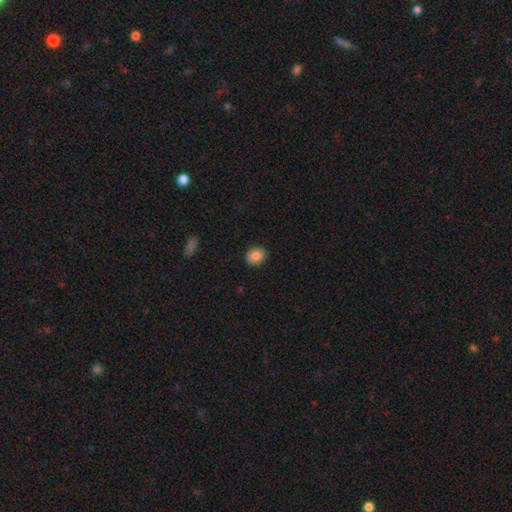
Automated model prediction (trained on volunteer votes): This is clearly a smooth galaxy (85%). How rounded: likely round (62%). Merging: clearly none (88%).